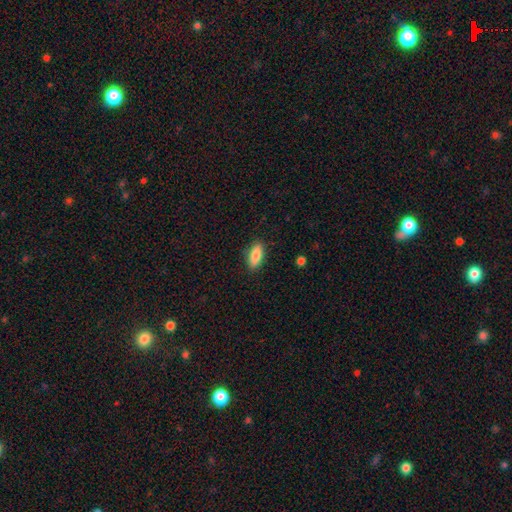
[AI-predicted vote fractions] smooth-or-featured: smooth: 83% | featured or disk: 10% | star or artifact: 7%
  how-rounded: in between: 76% | cigar-shaped: 21% | round: 2%
  merging: none: 87% | minor disturbance: 10% | major disturbance: 2% | merger: 1%